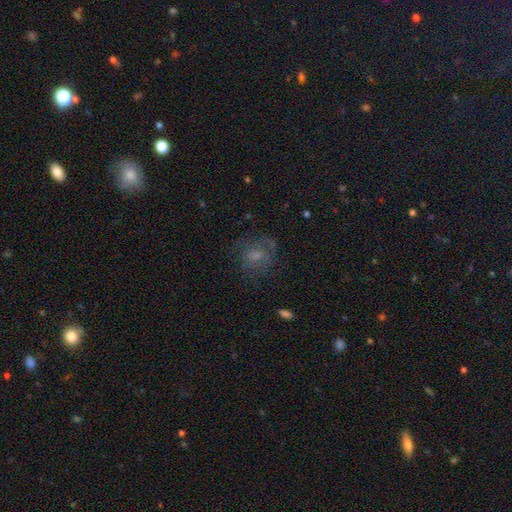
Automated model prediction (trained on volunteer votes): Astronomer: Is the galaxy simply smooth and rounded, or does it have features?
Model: smooth — 50% (runner-up: featured or disk, 36%).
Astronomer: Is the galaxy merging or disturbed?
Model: none — 59%.